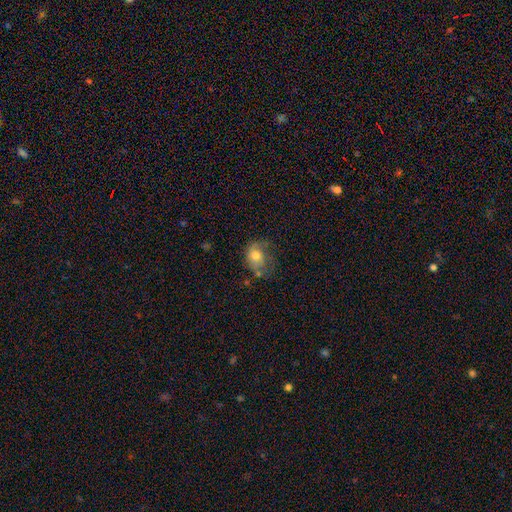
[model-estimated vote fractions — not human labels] Smooth or featured? smooth (62%)
How rounded? in between (53%)
Merging? none (35%)